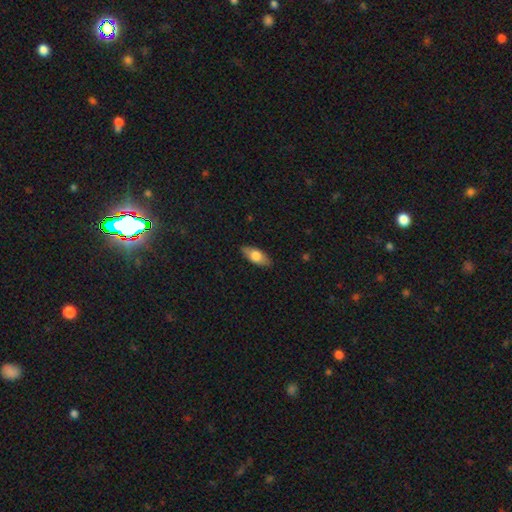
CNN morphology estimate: This appears to be a smooth galaxy with no disk features (71%) that is in between round and cigar-shaped (83%). Merging: none (87%).